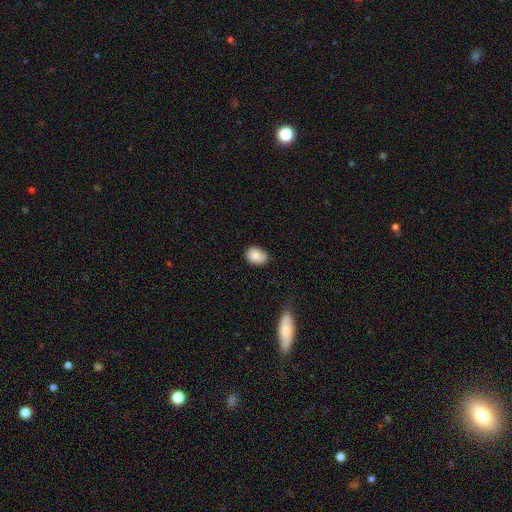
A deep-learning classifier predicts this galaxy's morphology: Smooth or featured? Predicted: smooth (p=0.83). How rounded? Predicted: in between (p=0.58). Merging? Predicted: none (p=0.70).